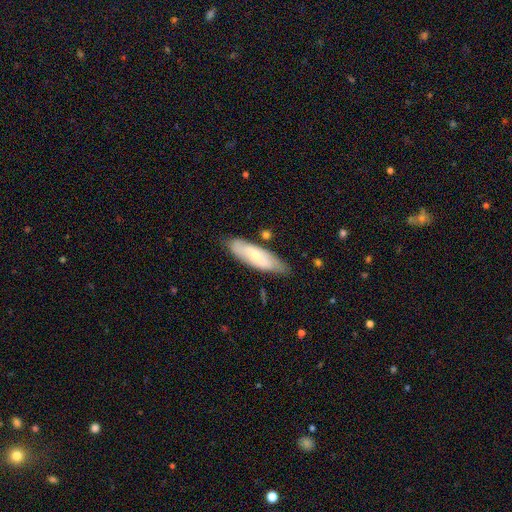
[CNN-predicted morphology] Overall: smooth (56%; featured or disk 38%). How rounded: in between (50%; cigar-shaped 48%). Merging: none (75%).